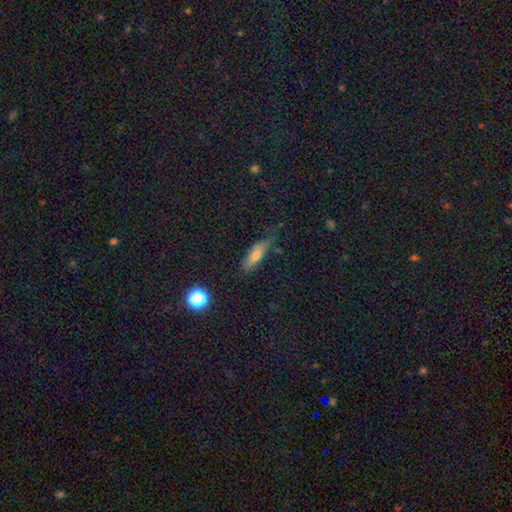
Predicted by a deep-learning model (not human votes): Q: Smooth or featured?
A: smooth (68%); runner-up: featured or disk (21%)
Q: How rounded?
A: in between (49%); runner-up: cigar-shaped (47%)
Q: Merging?
A: none (62%); runner-up: minor disturbance (27%)